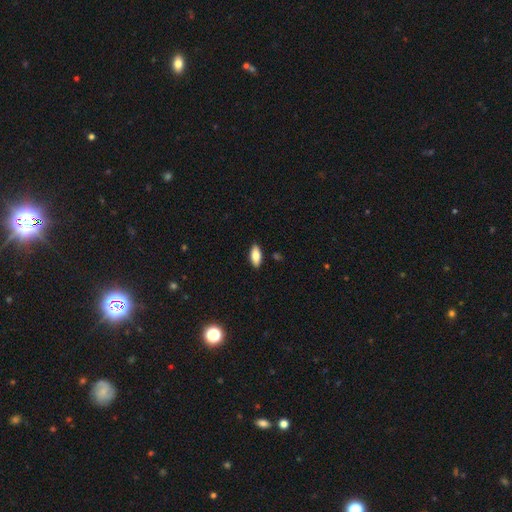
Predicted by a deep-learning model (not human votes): A smooth galaxy with no disk features (83%) that is in between round and cigar-shaped (85%). Merging: none (88%).